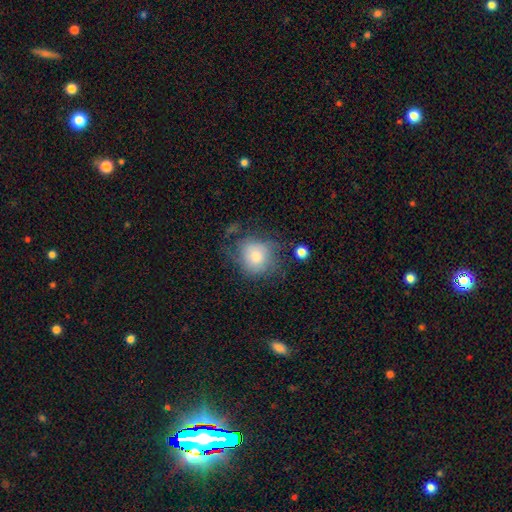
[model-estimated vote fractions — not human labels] This appears to be a smooth galaxy with no disk features (66%) that is round (75%). Merging: none (46%).